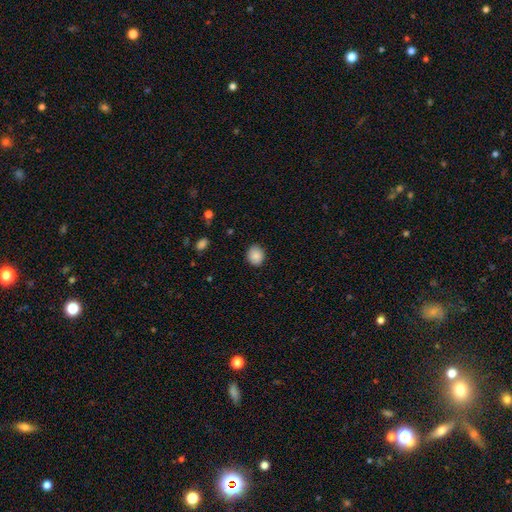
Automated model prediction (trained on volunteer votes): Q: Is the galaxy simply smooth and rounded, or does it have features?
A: smooth — 88%.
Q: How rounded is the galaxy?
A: round — 68%.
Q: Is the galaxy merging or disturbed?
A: none — 86%.